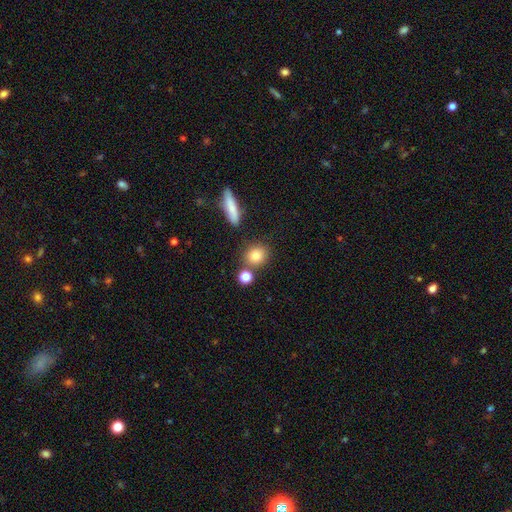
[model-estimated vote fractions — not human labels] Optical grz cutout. It shows a smooth galaxy with no disk features (80%) that is round (79%). Merging: none (74%).